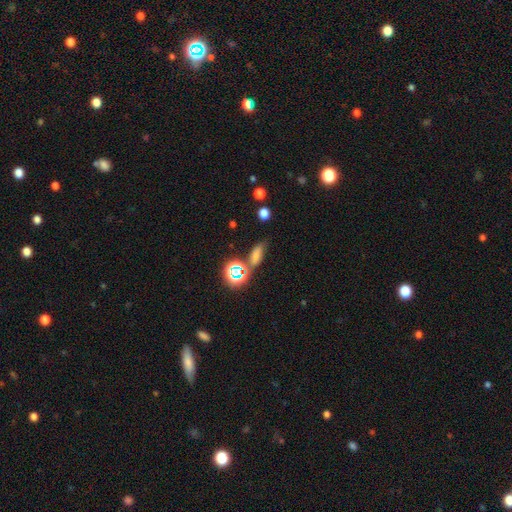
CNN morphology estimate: smooth 65%, star or artifact 23%, featured or disk 11%. Down the decision tree: how rounded — in between (69%); merging — none (60%).